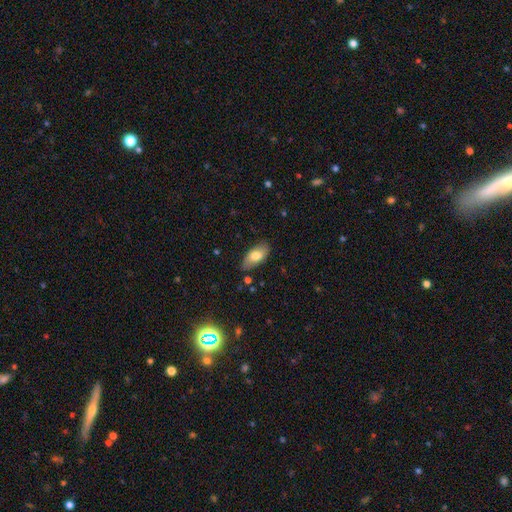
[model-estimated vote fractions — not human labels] Morphology: type=smooth (72%); roundness=in between (90%); merging=none (80%).